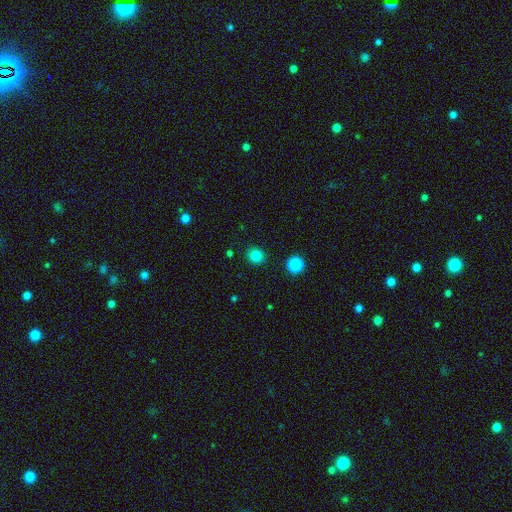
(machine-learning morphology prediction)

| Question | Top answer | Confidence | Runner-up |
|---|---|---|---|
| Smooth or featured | smooth | 82% | star or artifact (13%) |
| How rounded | round | 88% | in between (11%) |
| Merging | none | 91% | minor disturbance (6%) |